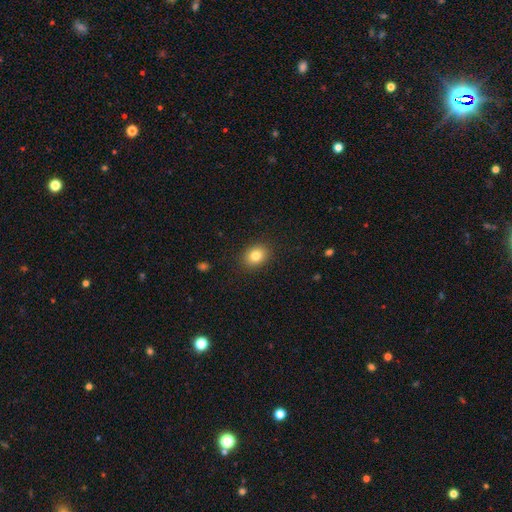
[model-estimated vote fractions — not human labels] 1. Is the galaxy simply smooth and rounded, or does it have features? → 82% smooth, 10% star or artifact, 8% featured or disk.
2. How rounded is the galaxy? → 51% in between, 48% round, 1% cigar-shaped.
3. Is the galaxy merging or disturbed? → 89% none, 8% minor disturbance, 2% major disturbance, 1% merger.